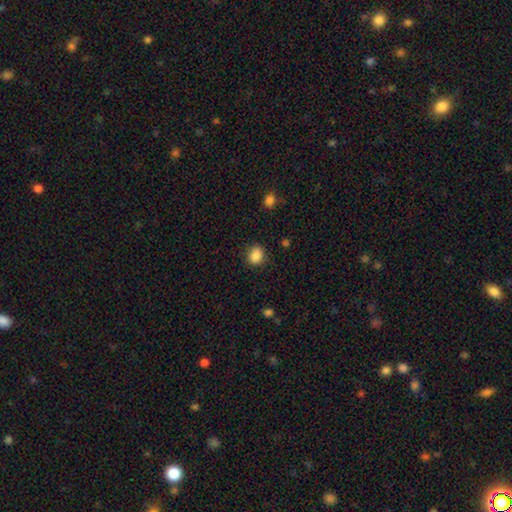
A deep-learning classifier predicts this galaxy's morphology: smooth-or-featured: smooth: 87% | star or artifact: 9% | featured or disk: 4%
  how-rounded: round: 54% | in between: 45% | cigar-shaped: 1%
  merging: none: 82% | minor disturbance: 13% | major disturbance: 3% | merger: 1%